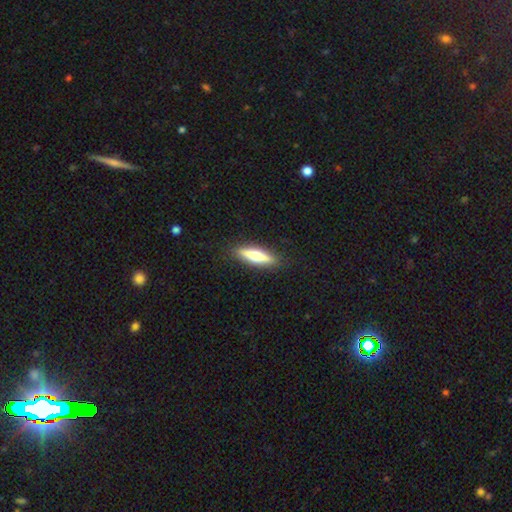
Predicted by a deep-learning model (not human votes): Smooth or featured: smooth — 51% (featured or disk — 43%)
How rounded: cigar-shaped — 72% (in between — 26%)
Merging: none — 90% (minor disturbance — 8%)